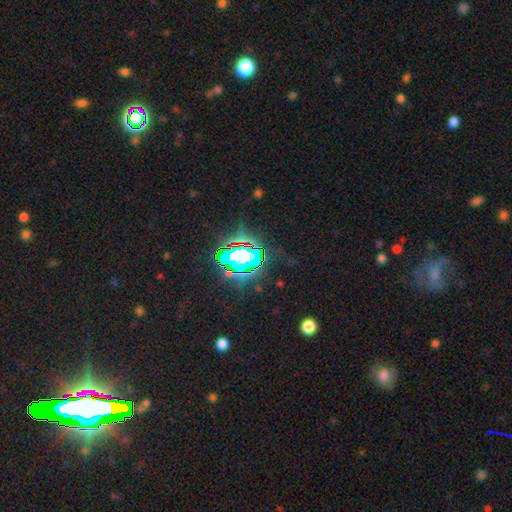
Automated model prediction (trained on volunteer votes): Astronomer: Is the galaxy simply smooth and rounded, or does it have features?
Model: star or artifact — 81%.